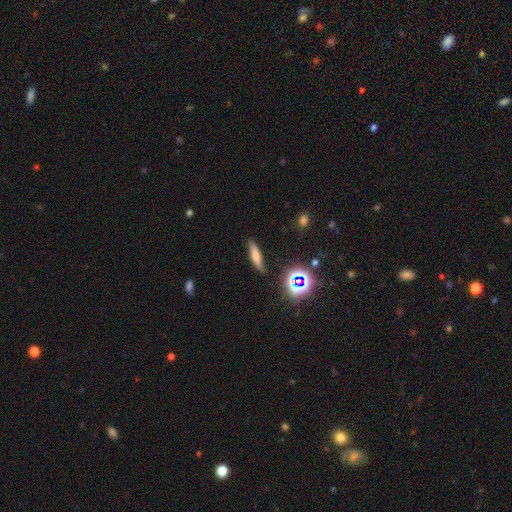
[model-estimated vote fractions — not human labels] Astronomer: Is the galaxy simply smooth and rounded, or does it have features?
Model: smooth — 64%.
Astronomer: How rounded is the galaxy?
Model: cigar-shaped — 78%.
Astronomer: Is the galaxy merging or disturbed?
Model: none — 80%.